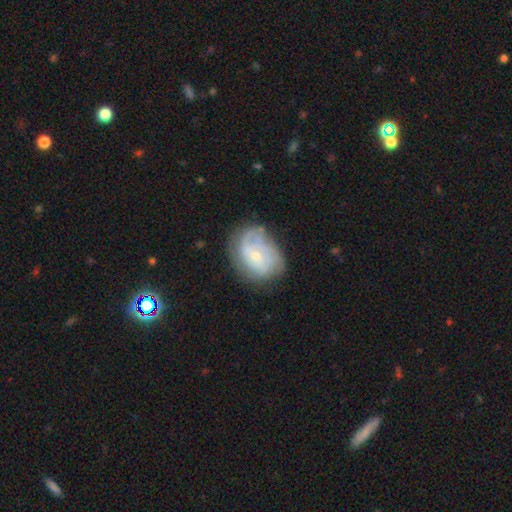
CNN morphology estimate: A featured or disk galaxy (69%) with no bar (67%), tight (52%) spiral arms (85%) and a small central bulge (70%). Merging: none (62%).